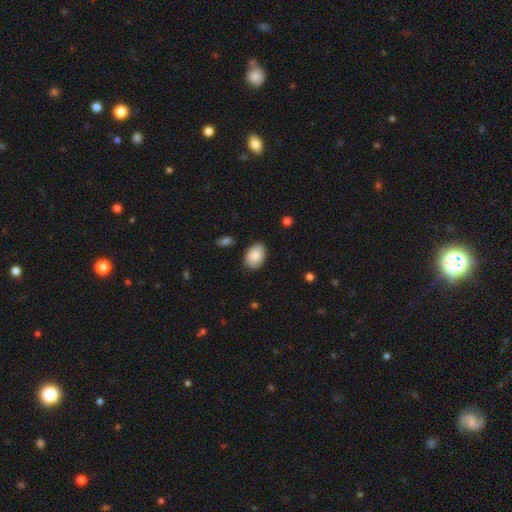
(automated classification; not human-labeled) The model was most divided on "how rounded": in between: 86%, round: 13%, cigar-shaped: 1%. More confident: smooth or featured — smooth (88%); merging — none (85%).